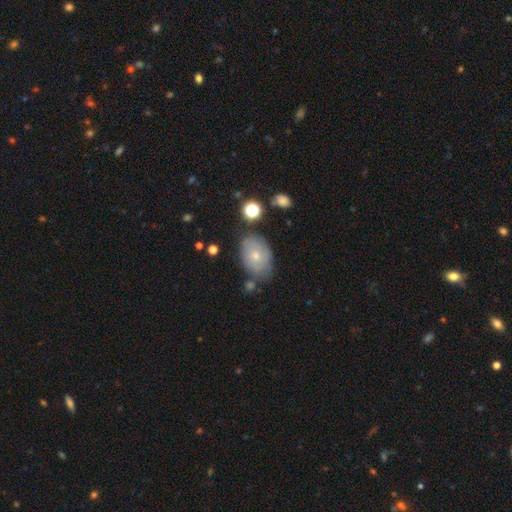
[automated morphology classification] Smooth or featured: smooth — 58% (featured or disk — 32%)
How rounded: in between — 78% (round — 21%)
Merging: none — 64% (minor disturbance — 24%)